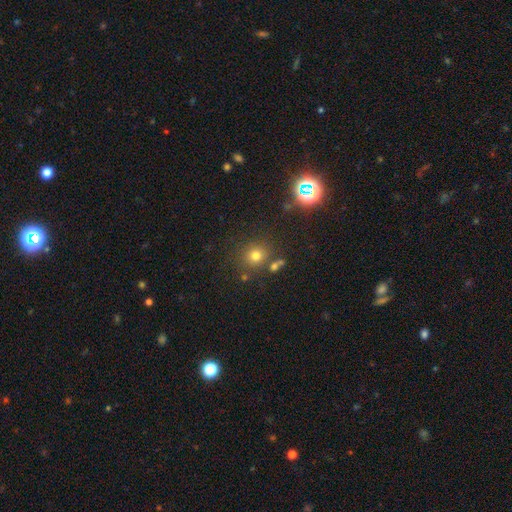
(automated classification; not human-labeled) The model was most divided on "smooth or featured": smooth: 73%, star or artifact: 19%, featured or disk: 8%. More confident: how rounded — round (85%); merging — none (77%).